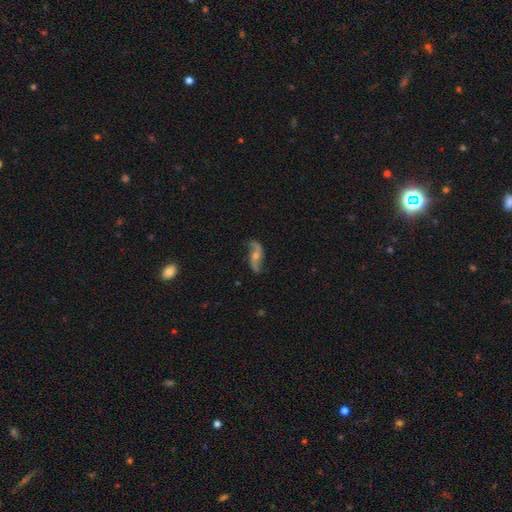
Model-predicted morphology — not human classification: Smooth or featured: featured or disk — 86% (smooth — 8%)
Edge-on disk: no — 94% (yes — 6%)
Bar: no — 61% (weak — 27%)
Spiral arms: yes — 95% (no — 5%)
Spiral winding: loose — 79% (medium — 16%)
Spiral arm count: 2 — 93% (can't tell — 2%)
Bulge size: moderate — 55% (small — 38%)
Merging: none — 78% (minor disturbance — 14%)